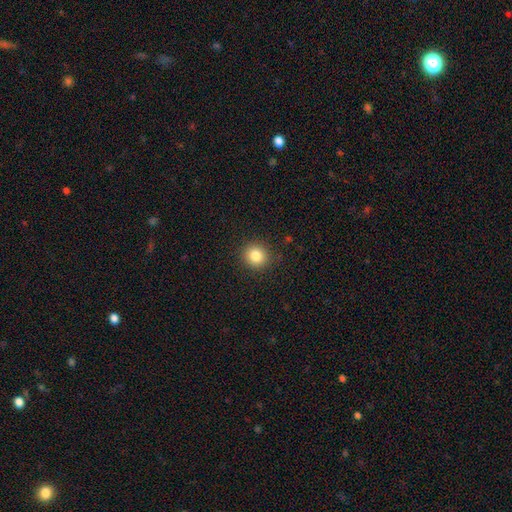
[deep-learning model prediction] Morphology: type=smooth (83%); roundness=round (90%); merging=none (91%).